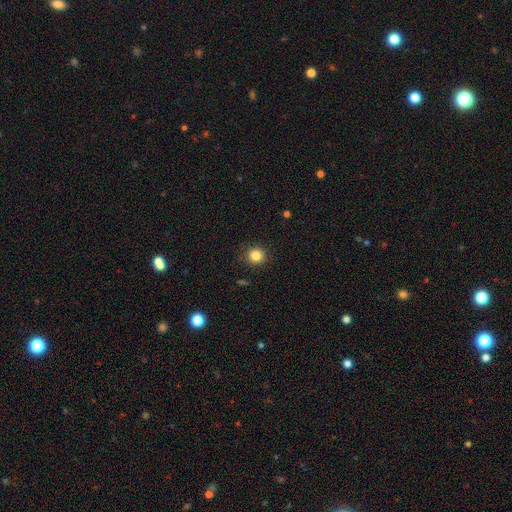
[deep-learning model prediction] Smooth or featured?
  - smooth: 84% *
  - star or artifact: 11%
  - featured or disk: 4%
How rounded?
  - round: 94% *
  - in between: 6%
  - cigar-shaped: 1%
Merging?
  - none: 90% *
  - minor disturbance: 6%
  - major disturbance: 2%
  - merger: 1%